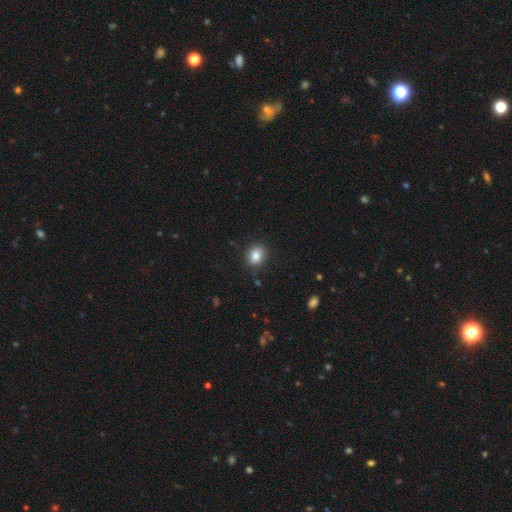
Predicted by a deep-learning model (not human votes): Smooth or featured?
  - smooth: 84% *
  - star or artifact: 10%
  - featured or disk: 6%
How rounded?
  - in between: 53% *
  - round: 46%
  - cigar-shaped: 1%
Merging?
  - none: 87% *
  - minor disturbance: 9%
  - major disturbance: 2%
  - merger: 1%